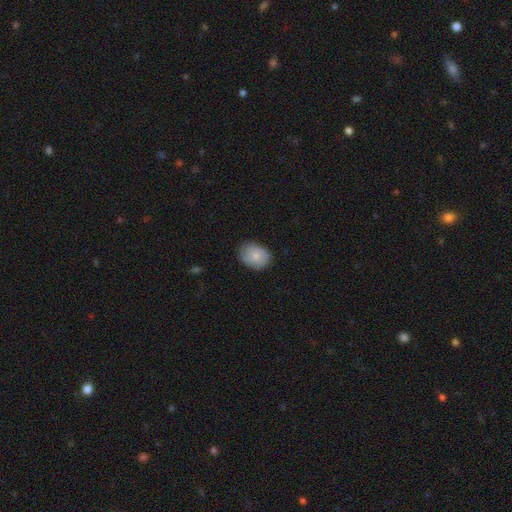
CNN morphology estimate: smooth_or_featured: smooth (p=0.78) [alt: featured or disk p=0.15]
how_rounded: in between (p=0.58) [alt: round p=0.41]
merging: none (p=0.79) [alt: minor disturbance p=0.17]